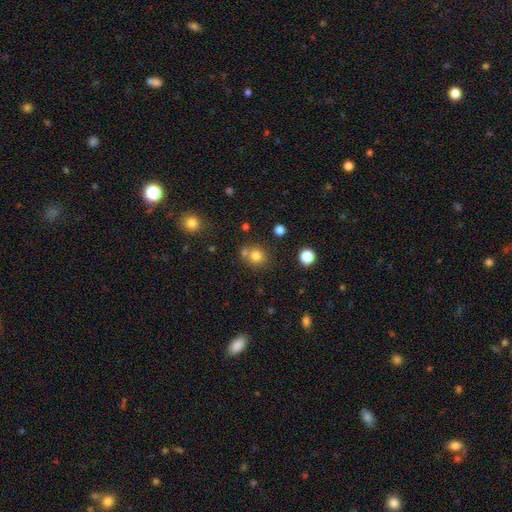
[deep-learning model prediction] Overall: smooth (78%). How rounded: round (86%). Merging: none (65%).